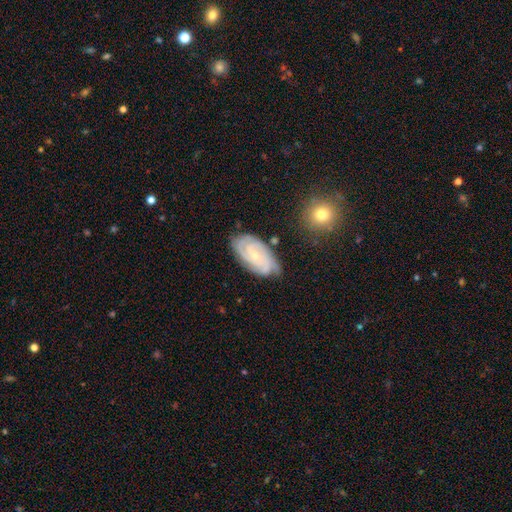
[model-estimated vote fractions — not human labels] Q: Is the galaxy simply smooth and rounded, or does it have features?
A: featured or disk — 83%.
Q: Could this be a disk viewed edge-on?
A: no — 96%.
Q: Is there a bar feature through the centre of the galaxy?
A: no — 63%.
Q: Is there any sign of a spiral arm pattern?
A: yes — 97%.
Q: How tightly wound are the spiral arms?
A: tight — 73%.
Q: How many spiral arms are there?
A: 3 — 33%.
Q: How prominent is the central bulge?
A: small — 74%.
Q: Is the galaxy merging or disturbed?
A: none — 72%.